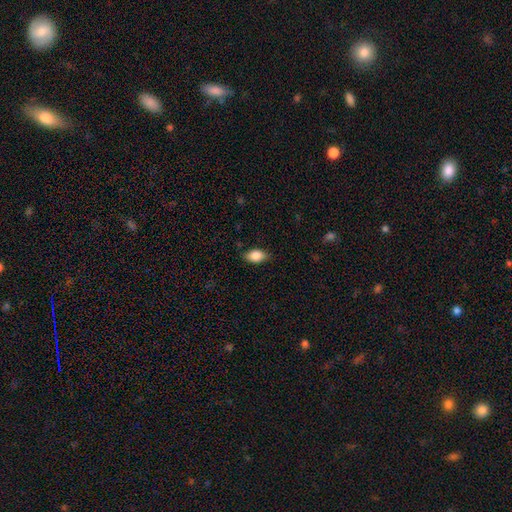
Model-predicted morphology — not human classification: type=smooth (86%); roundness=in between (89%); merging=none (81%).